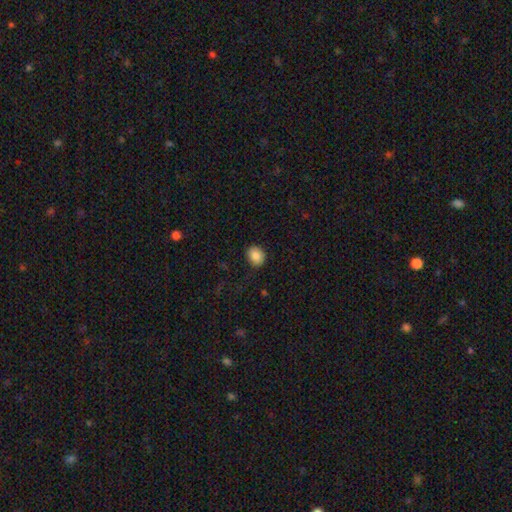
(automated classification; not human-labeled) This is clearly a smooth galaxy (85%). How rounded: possibly round (58%). Merging: clearly none (86%).